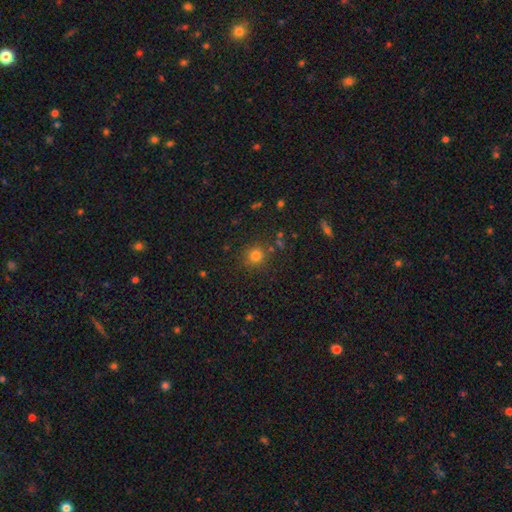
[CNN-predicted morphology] This appears to be a smooth galaxy with no disk features (78%) that is round (91%). Merging: none (84%).